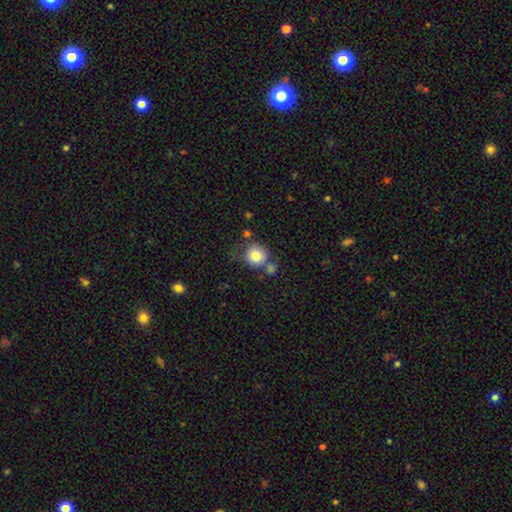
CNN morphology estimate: Smooth or featured?
  - smooth: 81% *
  - featured or disk: 9%
  - star or artifact: 9%
How rounded?
  - round: 89% *
  - in between: 10%
  - cigar-shaped: 1%
Merging?
  - none: 57% *
  - merger: 21%
  - minor disturbance: 16%
  - major disturbance: 7%